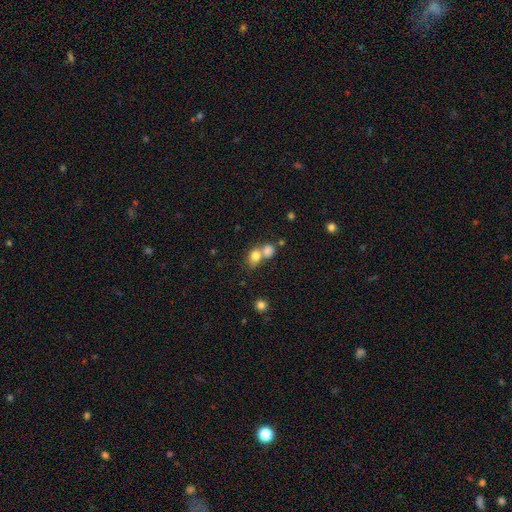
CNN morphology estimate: This is likely a smooth galaxy (77%). How rounded: possibly in between (50%). Merging: possibly merger (54%).